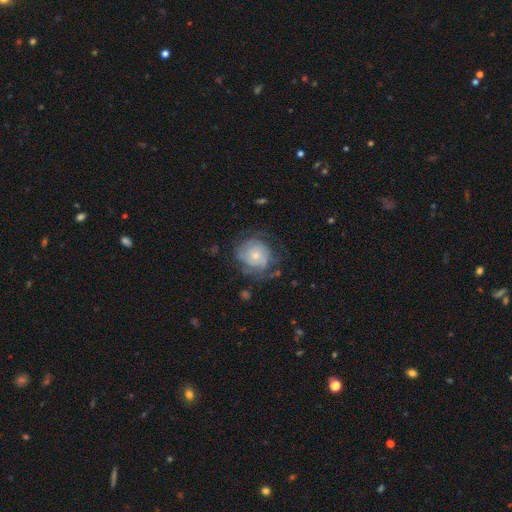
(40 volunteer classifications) A featured or disk galaxy (55%) with no bar (90%), tight (60%) spiral arms (75%) and a small central bulge (65%).

Vote fractions:
- Smooth or featured? featured or disk: 55% / smooth: 38% / star or artifact: 8%
- Edge-on disk? no: 91% / yes: 9%
- Bar? no: 90% / weak: 10% / strong: 0%
- Spiral arms? yes: 75% / no: 25%
- Spiral winding? tight: 60% / medium: 33% / loose: 7%
- Spiral arm count? can't tell: 47% / 2: 20% / 1: 13% / 3: 13% / more than 4: 7% / 4: 0%
- Bulge size? small: 65% / moderate: 35% / dominant: 0% / large: 0% / none: 0%
- Merging? none: 49% / minor disturbance: 27% / major disturbance: 24% / merger: 0%